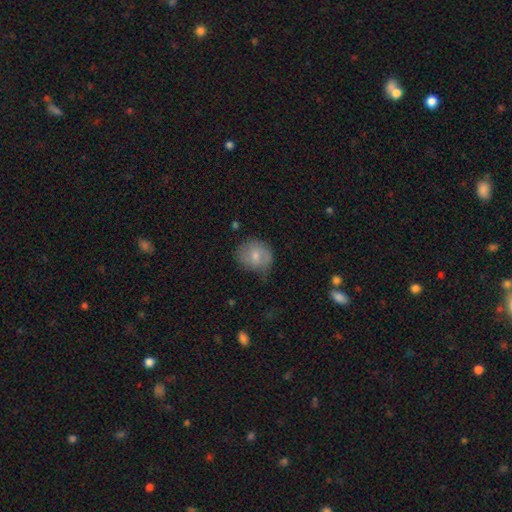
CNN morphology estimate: This appears to be a smooth galaxy with no disk features (70%) that is round (69%). Merging: none (52%).